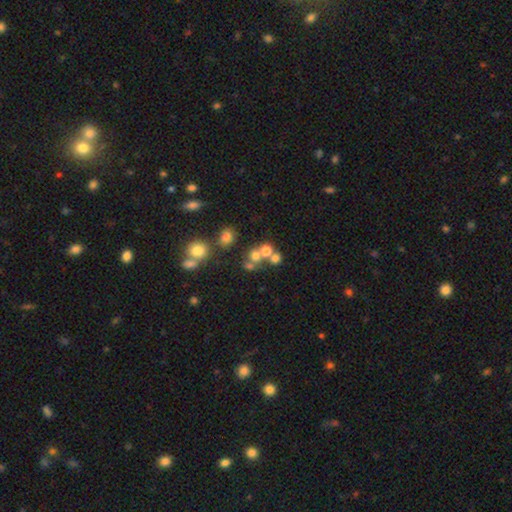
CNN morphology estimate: smooth-or-featured: smooth: 62% | star or artifact: 21% | featured or disk: 17%
  how-rounded: round: 80% | in between: 19% | cigar-shaped: 1%
  merging: none: 46% | merger: 39% | minor disturbance: 9% | major disturbance: 6%